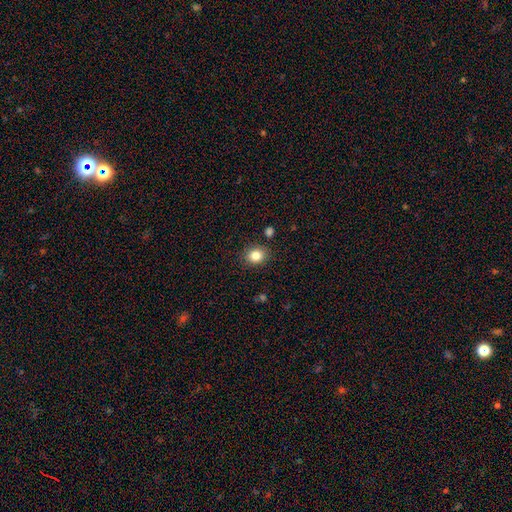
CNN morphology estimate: Q: Smooth or featured?
A: smooth (84%); runner-up: star or artifact (10%)
Q: How rounded?
A: round (60%); runner-up: in between (39%)
Q: Merging?
A: none (86%); runner-up: minor disturbance (9%)